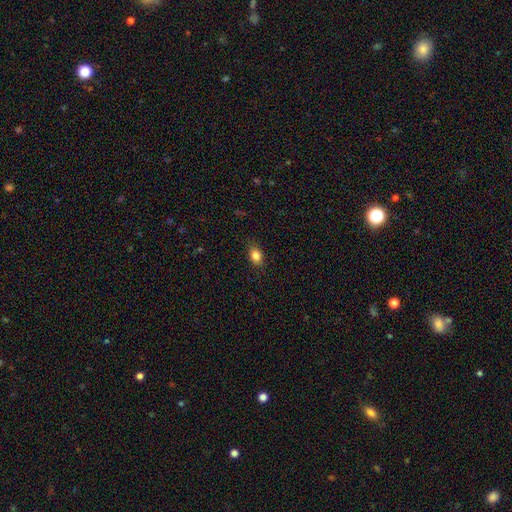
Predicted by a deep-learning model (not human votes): This is clearly a smooth galaxy (84%). How rounded: likely in between (72%). Merging: clearly none (84%).